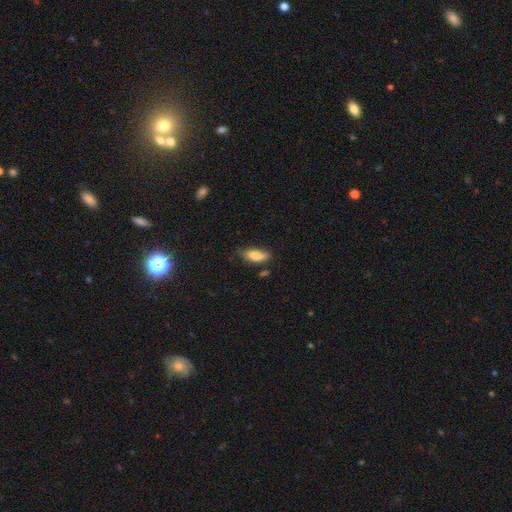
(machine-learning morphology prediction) Smooth or featured? smooth (76%)
How rounded? in between (68%)
Merging? none (67%)